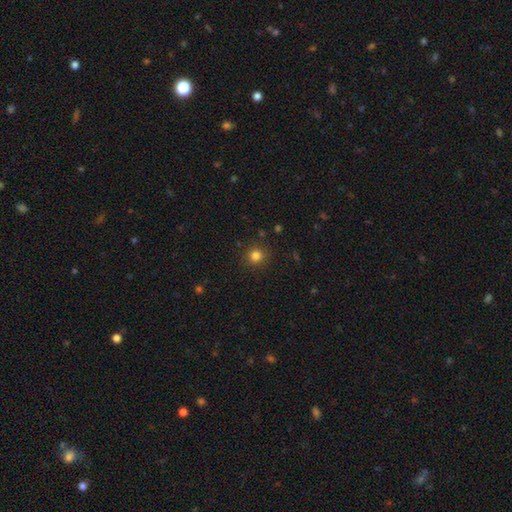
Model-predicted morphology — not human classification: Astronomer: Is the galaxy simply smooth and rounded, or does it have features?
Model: smooth — 82%.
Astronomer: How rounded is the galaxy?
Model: round — 91%.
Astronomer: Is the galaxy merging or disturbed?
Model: none — 89%.